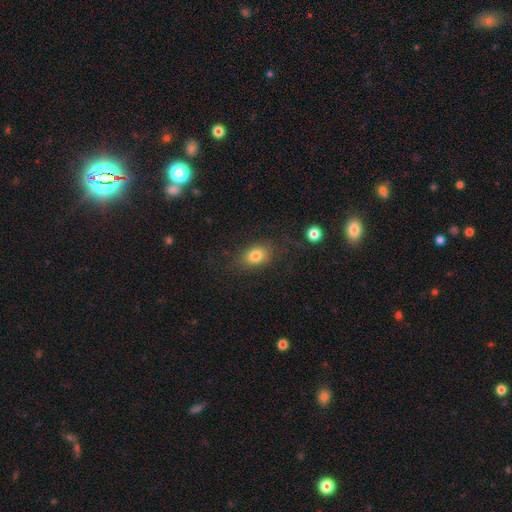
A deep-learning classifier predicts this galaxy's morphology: Smooth or featured: smooth — 80% (star or artifact — 11%)
How rounded: in between — 69% (round — 29%)
Merging: none — 74% (minor disturbance — 15%)